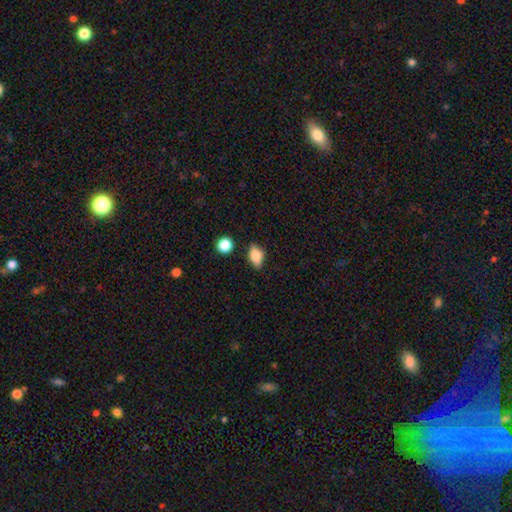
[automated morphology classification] This is clearly a smooth galaxy (81%). How rounded: clearly in between (82%). Merging: likely none (78%).